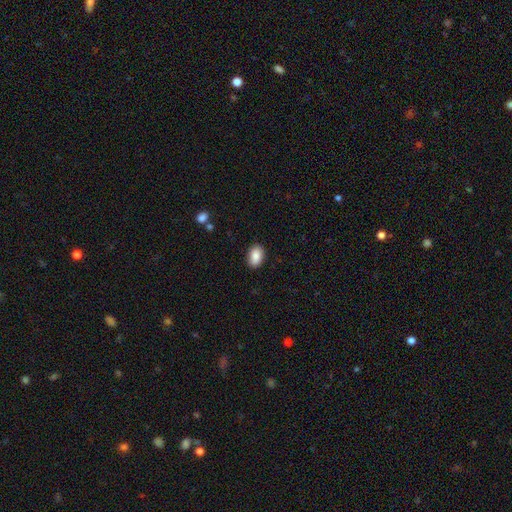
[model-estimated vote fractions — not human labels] Smooth or featured? Predicted: smooth (p=0.88). How rounded? Predicted: in between (p=0.89). Merging? Predicted: none (p=0.87).